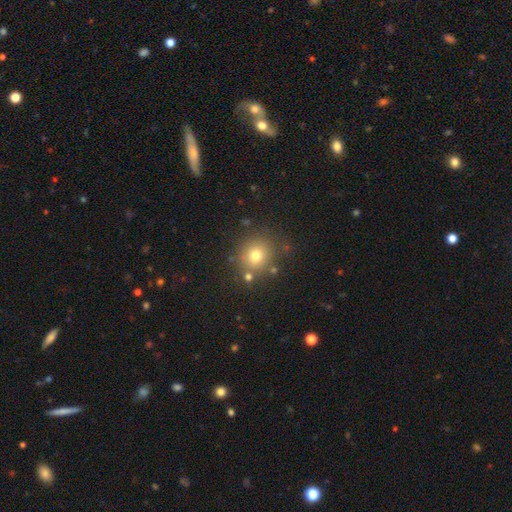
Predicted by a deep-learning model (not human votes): Smooth or featured? Predicted: smooth (p=0.73). How rounded? Predicted: round (p=0.84). Merging? Predicted: none (p=0.78).